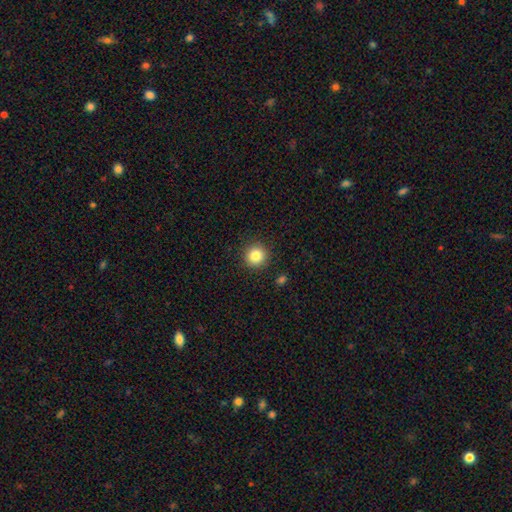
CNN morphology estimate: Smooth or featured? Predicted: smooth (p=0.84). How rounded? Predicted: round (p=0.94). Merging? Predicted: none (p=0.91).